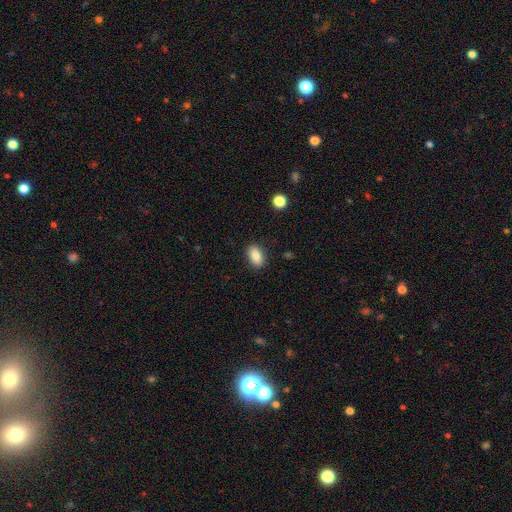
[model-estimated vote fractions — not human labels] A smooth galaxy with no disk features (86%) that is in between round and cigar-shaped (89%).

Vote fractions:
- Smooth or featured? smooth: 86% / star or artifact: 8% / featured or disk: 6%
- How rounded? in between: 89% / round: 9% / cigar-shaped: 2%
- Merging? none: 88% / minor disturbance: 9% / major disturbance: 2% / merger: 1%